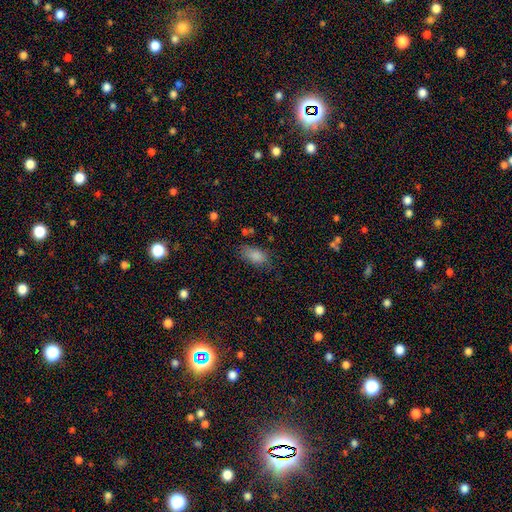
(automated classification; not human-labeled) A smooth galaxy with no disk features (83%) that is in between round and cigar-shaped (89%).

Vote fractions:
- Smooth or featured? smooth: 83% / star or artifact: 9% / featured or disk: 8%
- How rounded? in between: 89% / cigar-shaped: 6% / round: 5%
- Merging? none: 65% / minor disturbance: 24% / major disturbance: 8% / merger: 3%